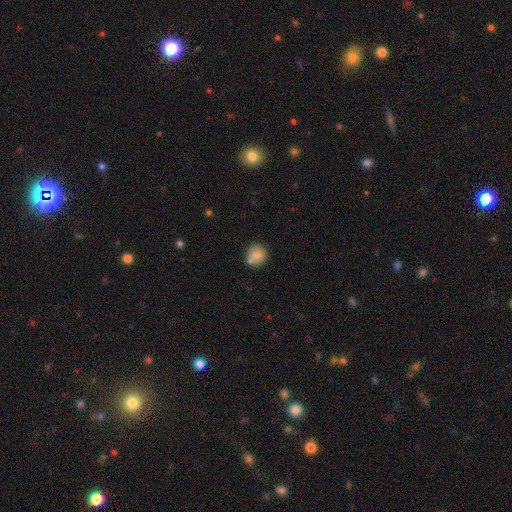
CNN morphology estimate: smooth 79%, featured or disk 12%, star or artifact 9%. Down the decision tree: how rounded — round (79%); merging — none (63%).